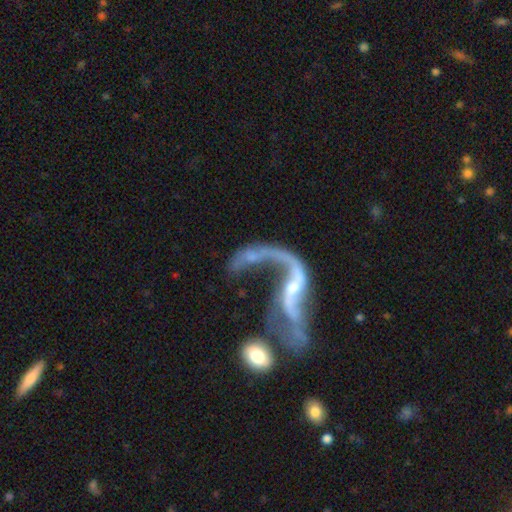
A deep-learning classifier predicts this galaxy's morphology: The model was most divided on "merging" (2-way tie): major disturbance: 32%, merger: 32%, none: 24%, minor disturbance: 12%. Remaining: edge-on disk — no (94%); spiral winding — loose (92%); smooth or featured — featured or disk (84%); spiral arms — yes (84%); spiral arm count — 2 (78%); bulge size — small (63%); bar — no (49%).